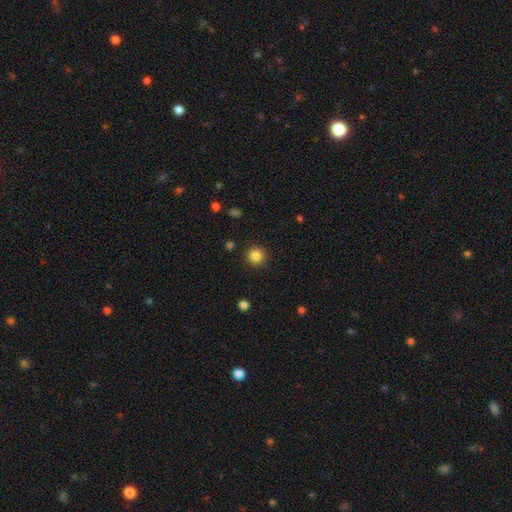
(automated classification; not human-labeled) Overall: smooth (85%). How rounded: round (94%). Merging: none (90%).